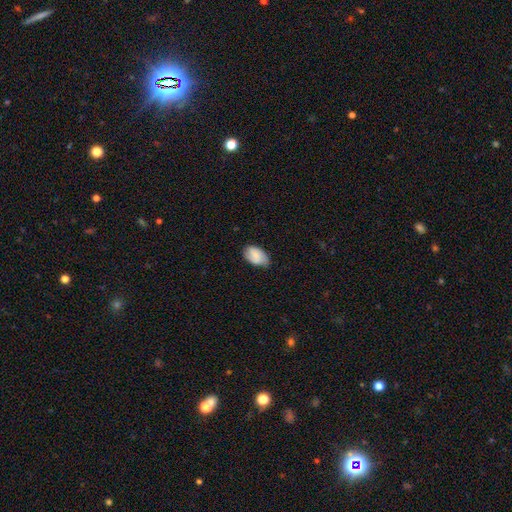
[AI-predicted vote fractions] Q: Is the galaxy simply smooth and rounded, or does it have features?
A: smooth — 77%.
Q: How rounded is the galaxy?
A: in between — 92%.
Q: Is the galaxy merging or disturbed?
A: none — 69%.